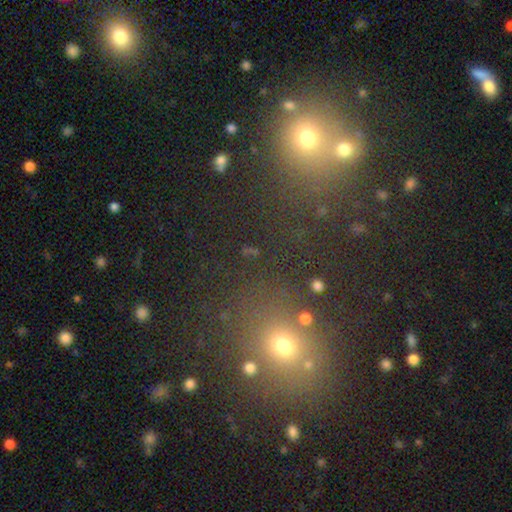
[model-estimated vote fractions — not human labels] Q: Smooth or featured?
A: smooth (47%); runner-up: star or artifact (43%)
Q: Merging?
A: none (75%); runner-up: merger (11%)